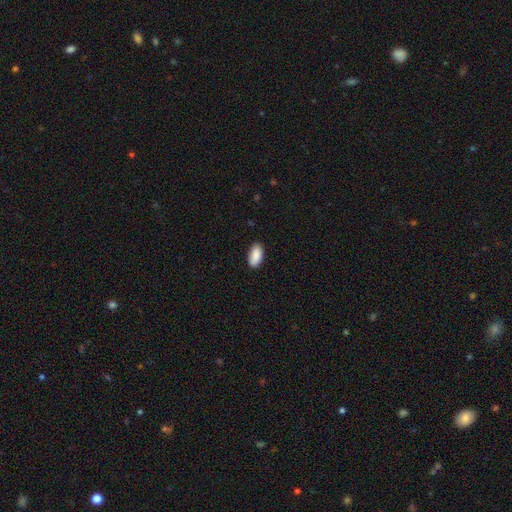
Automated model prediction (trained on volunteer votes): Smooth or featured?
  - smooth: 89% *
  - star or artifact: 6%
  - featured or disk: 5%
How rounded?
  - in between: 93% *
  - cigar-shaped: 5%
  - round: 2%
Merging?
  - none: 86% *
  - minor disturbance: 11%
  - major disturbance: 2%
  - merger: 1%